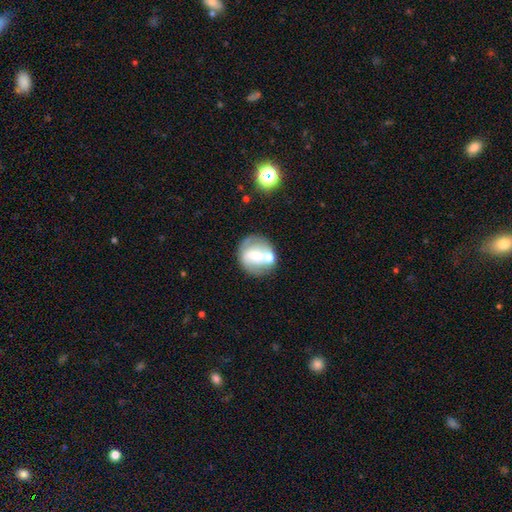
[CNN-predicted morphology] This is possibly a smooth galaxy (48%). Merging: possibly none (49%).